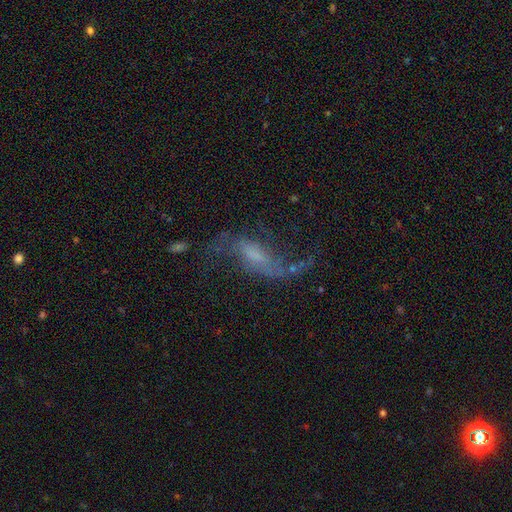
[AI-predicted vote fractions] featured or disk 77%, smooth 13%, star or artifact 10%. Down the decision tree: edge-on disk — no (92%); bar — weak (44%); spiral arms — yes (90%); spiral arm count — 2 (85%); spiral winding — loose (84%); bulge size — none (34%); merging — none (51%).